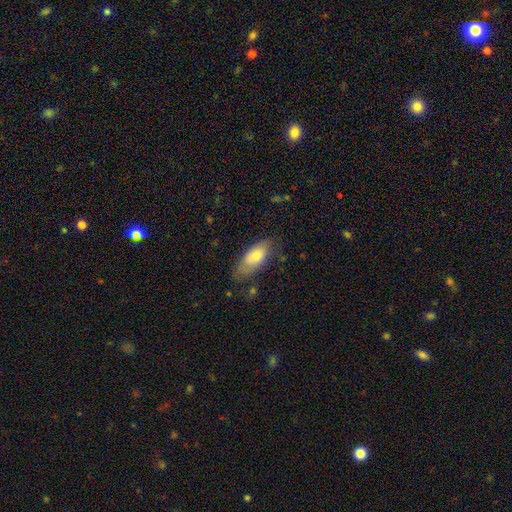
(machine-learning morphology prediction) The model was most divided on "merging": none: 63%, minor disturbance: 27%, major disturbance: 8%, merger: 2%. More confident: how rounded — in between (82%); smooth or featured — smooth (69%).